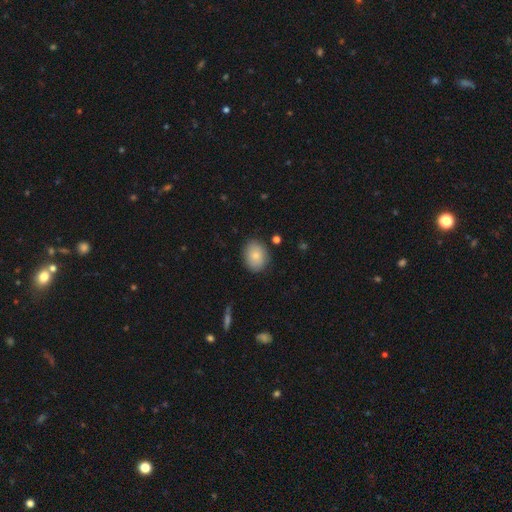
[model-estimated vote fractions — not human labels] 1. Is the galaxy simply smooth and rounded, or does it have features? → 82% smooth, 10% featured or disk, 8% star or artifact.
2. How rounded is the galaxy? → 56% in between, 43% round, 1% cigar-shaped.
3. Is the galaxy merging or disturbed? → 85% none, 11% minor disturbance, 3% major disturbance, 2% merger.